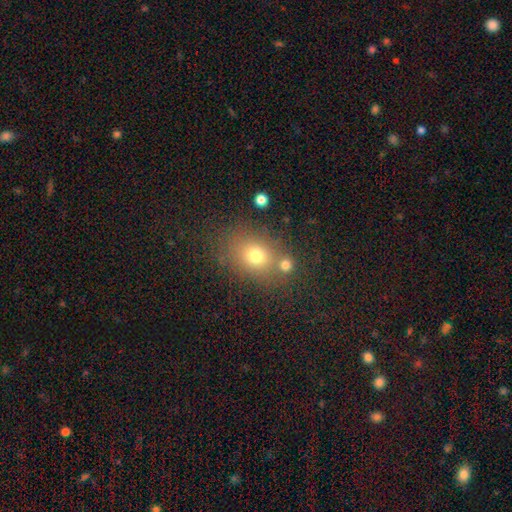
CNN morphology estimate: The model was most divided on "how rounded": in between: 50%, round: 49%, cigar-shaped: 1%. More confident: smooth or featured — smooth (71%); merging — none (63%).